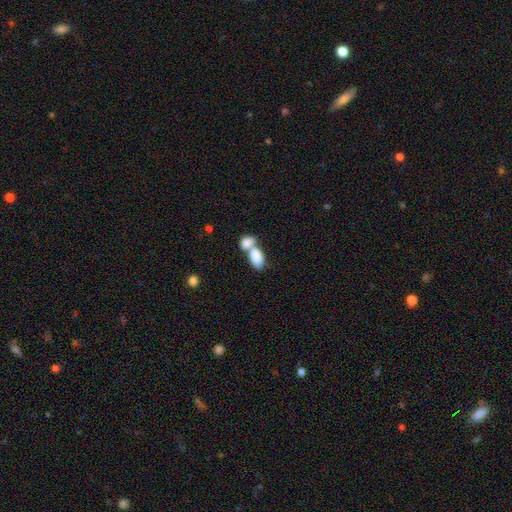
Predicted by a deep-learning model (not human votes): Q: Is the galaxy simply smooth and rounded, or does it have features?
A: smooth — 83%.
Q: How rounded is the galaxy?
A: in between — 93%.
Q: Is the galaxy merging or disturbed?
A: merger — 72%.